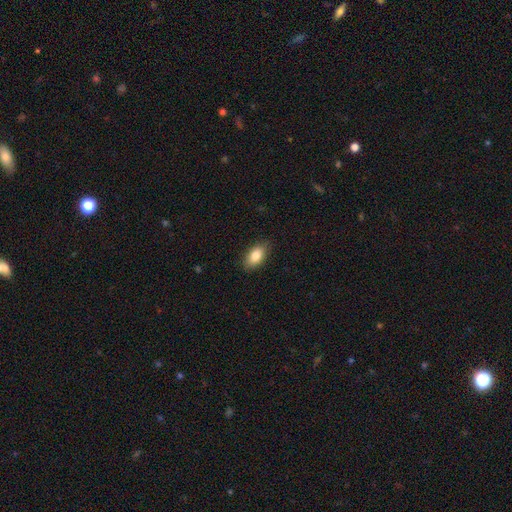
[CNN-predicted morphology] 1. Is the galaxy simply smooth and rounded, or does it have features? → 84% smooth, 9% featured or disk, 7% star or artifact.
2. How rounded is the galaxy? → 91% in between, 5% round, 4% cigar-shaped.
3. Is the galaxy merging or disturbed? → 86% none, 11% minor disturbance, 2% major disturbance, 1% merger.